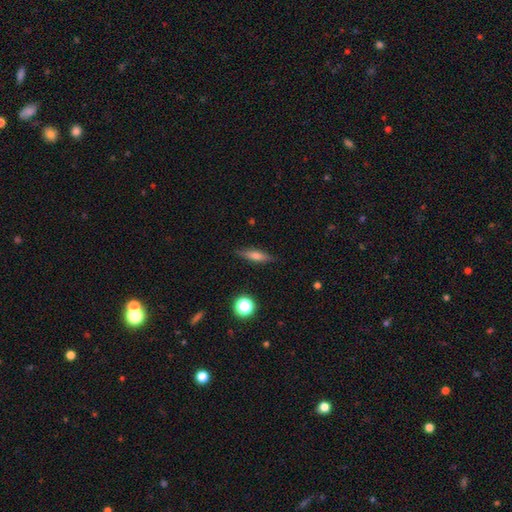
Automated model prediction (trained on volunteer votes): Morphology: type=smooth (53%); roundness=cigar-shaped (70%); merging=none (86%).